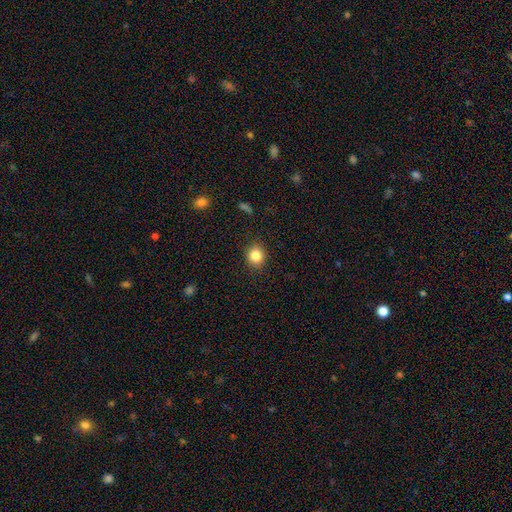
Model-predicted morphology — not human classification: Smooth or featured: smooth — 84% (star or artifact — 10%)
How rounded: round — 77% (in between — 22%)
Merging: none — 89% (minor disturbance — 8%)